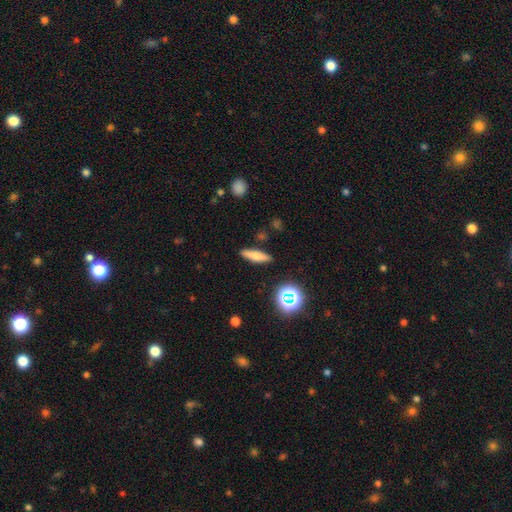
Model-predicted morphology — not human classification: Overall: smooth (62%; featured or disk 27%). How rounded: cigar-shaped (71%). Merging: none (88%).